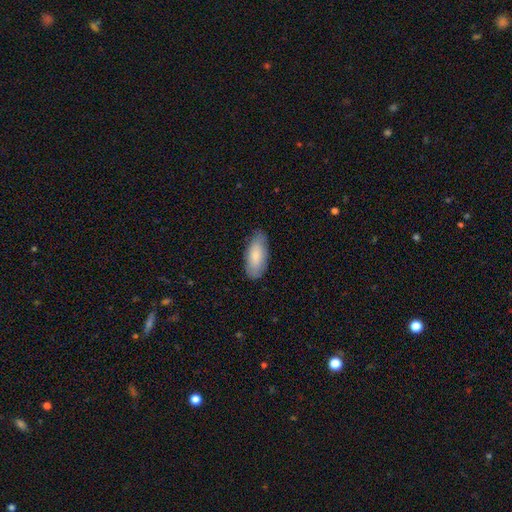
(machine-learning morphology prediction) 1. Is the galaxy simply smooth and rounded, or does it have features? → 83% smooth, 12% featured or disk, 5% star or artifact.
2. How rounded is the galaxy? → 85% in between, 13% cigar-shaped, 2% round.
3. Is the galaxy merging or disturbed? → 79% none, 17% minor disturbance, 3% major disturbance, 1% merger.